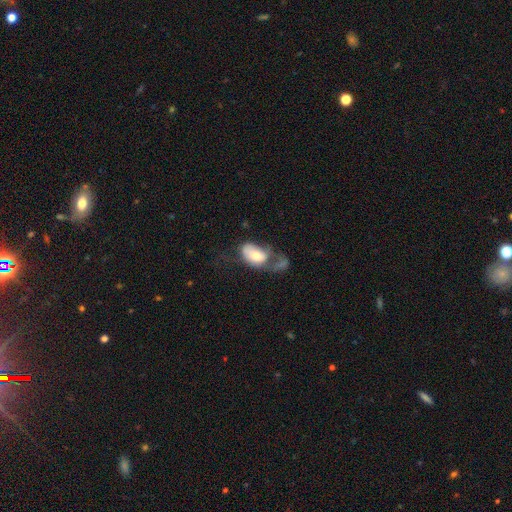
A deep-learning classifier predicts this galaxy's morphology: A smooth galaxy with no disk features (63%) that is in between round and cigar-shaped (89%).

Vote fractions:
- Smooth or featured? smooth: 63% / featured or disk: 30% / star or artifact: 7%
- How rounded? in between: 89% / round: 9% / cigar-shaped: 2%
- Merging? major disturbance: 46% / merger: 20% / minor disturbance: 17% / none: 17%